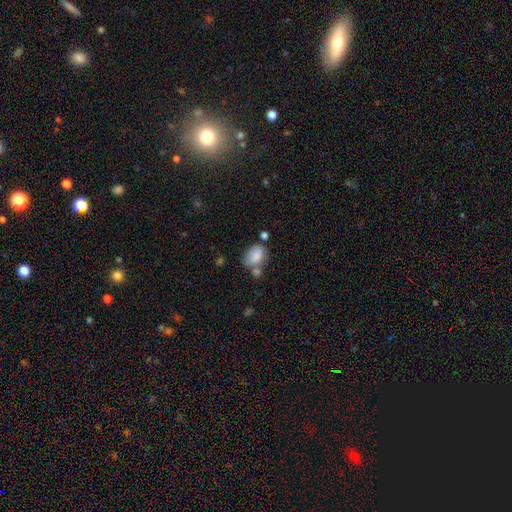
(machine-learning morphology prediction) Overall: smooth (82%). How rounded: in between (75%). Merging: none (44%; merger 25%).